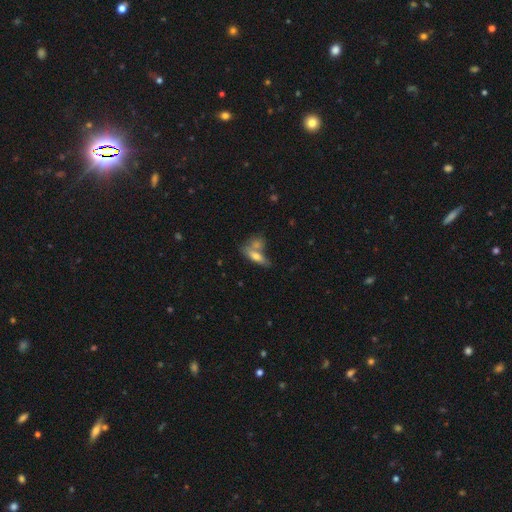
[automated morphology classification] Overall: smooth (66%; featured or disk 26%). How rounded: in between (56%; cigar-shaped 40%). Merging: none (46%; merger 37%).